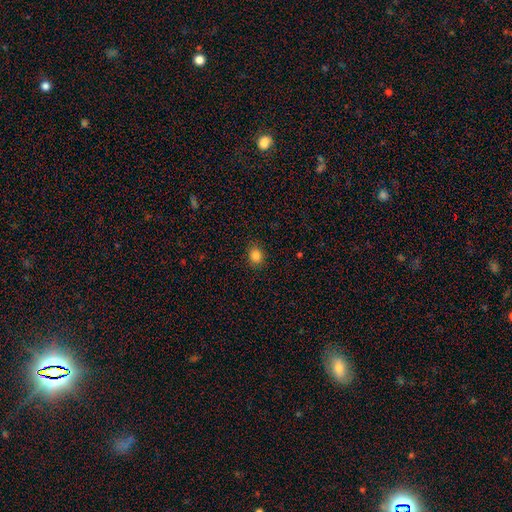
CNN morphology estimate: smooth_or_featured: smooth (p=0.84) [alt: star or artifact p=0.11]
how_rounded: in between (p=0.51) [alt: round p=0.48]
merging: none (p=0.88) [alt: minor disturbance p=0.08]